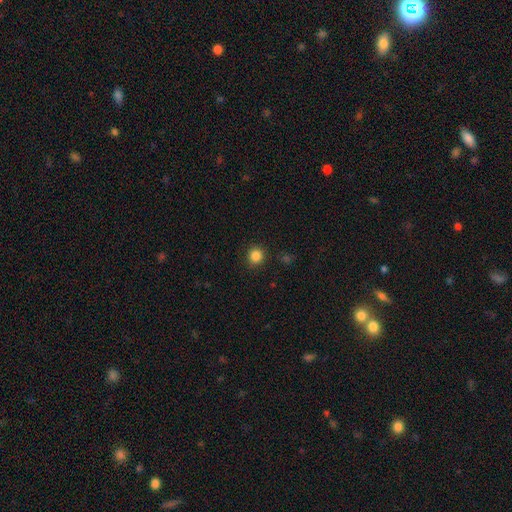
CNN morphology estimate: This appears to be a smooth galaxy with no disk features (85%) that is round (90%). Merging: none (90%).